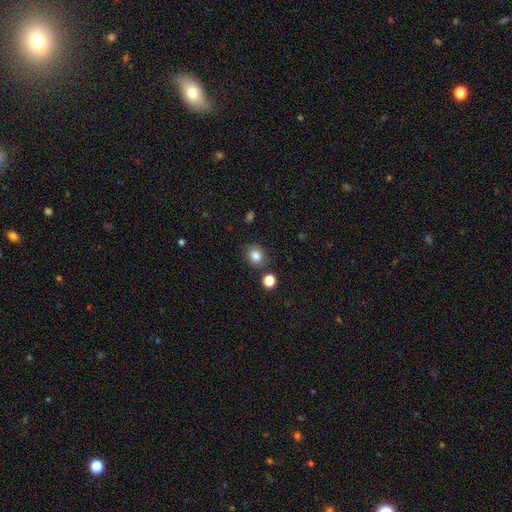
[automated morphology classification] A smooth galaxy with no disk features (82%) that is round (76%).

Vote fractions:
- Smooth or featured? smooth: 82% / star or artifact: 12% / featured or disk: 6%
- How rounded? round: 76% / in between: 23% / cigar-shaped: 1%
- Merging? none: 82% / minor disturbance: 10% / merger: 5% / major disturbance: 3%